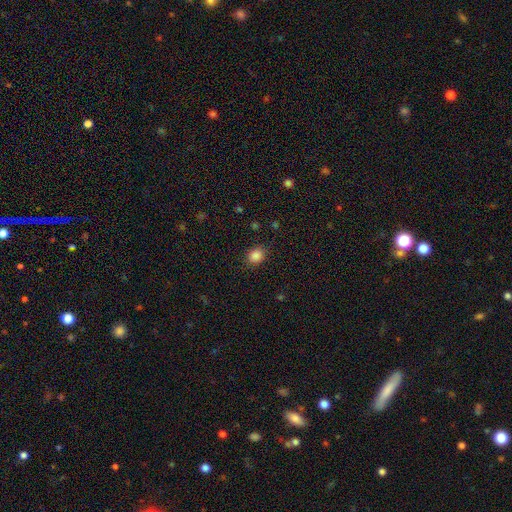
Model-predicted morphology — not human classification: Smooth or featured: smooth — 86% (star or artifact — 11%)
How rounded: round — 61% (in between — 38%)
Merging: none — 86% (minor disturbance — 10%)